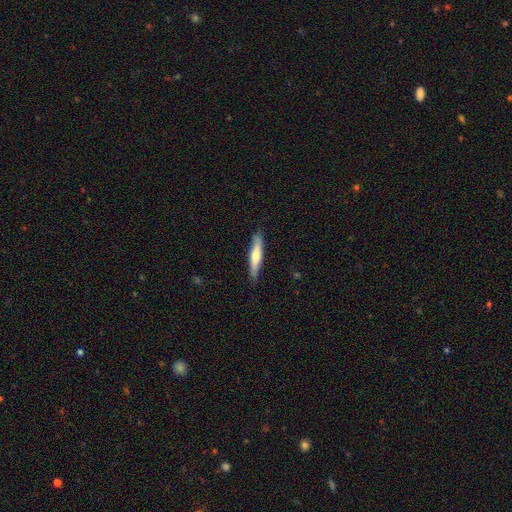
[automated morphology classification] smooth-or-featured: smooth: 58% | featured or disk: 37% | star or artifact: 5%
  how-rounded: cigar-shaped: 89% | in between: 10% | round: 1%
  merging: none: 84% | minor disturbance: 12% | major disturbance: 2% | merger: 1%